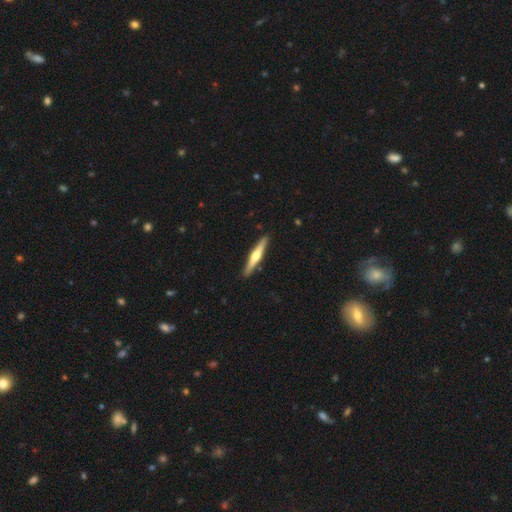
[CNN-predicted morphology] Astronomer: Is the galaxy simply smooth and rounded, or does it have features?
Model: featured or disk — 61%.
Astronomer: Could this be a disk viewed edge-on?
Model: yes — 97%.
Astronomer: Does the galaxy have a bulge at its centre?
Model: rounded — 87%.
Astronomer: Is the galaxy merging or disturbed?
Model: none — 90%.